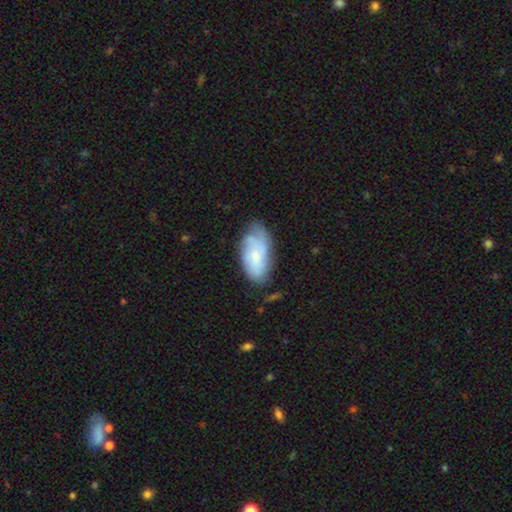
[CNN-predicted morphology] This appears to be a smooth galaxy with no disk features (52%) that is in between round and cigar-shaped (92%). Merging: none (54%).